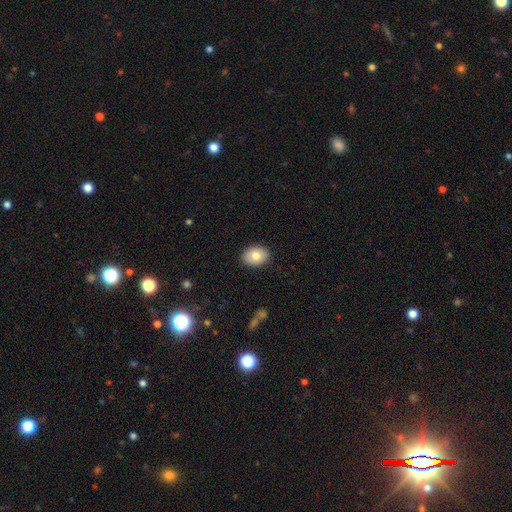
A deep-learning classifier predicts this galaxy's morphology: smooth_or_featured: smooth (p=0.77) [alt: featured or disk p=0.16]
how_rounded: in between (p=0.75) [alt: round p=0.24]
merging: none (p=0.89) [alt: minor disturbance p=0.08]